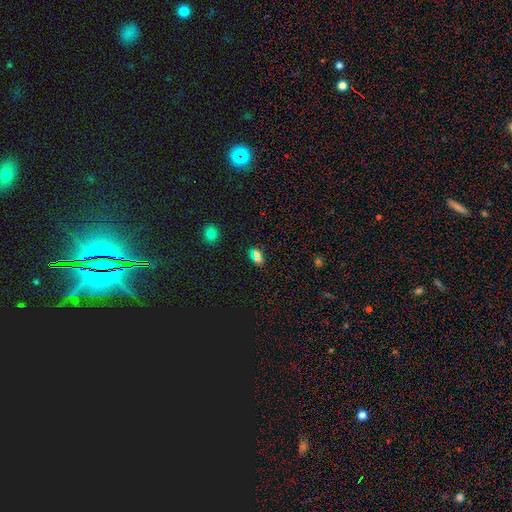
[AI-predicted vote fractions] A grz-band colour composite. It shows a smooth galaxy with no disk features (65%) that is in between round and cigar-shaped (67%). Merging: none (83%).